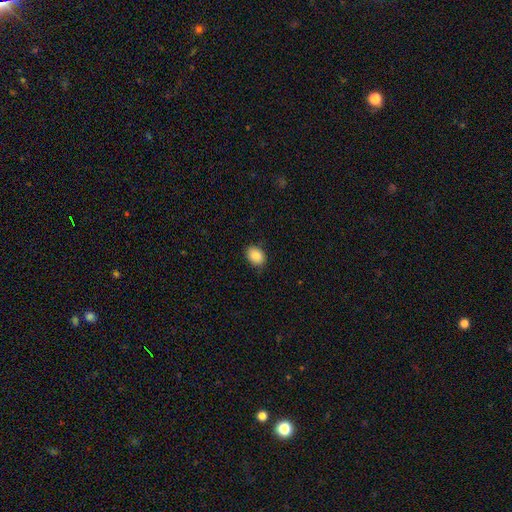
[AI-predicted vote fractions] Smooth or featured?
  - smooth: 85% *
  - star or artifact: 8%
  - featured or disk: 6%
How rounded?
  - in between: 69% *
  - round: 30%
  - cigar-shaped: 1%
Merging?
  - none: 85% *
  - minor disturbance: 12%
  - major disturbance: 2%
  - merger: 1%